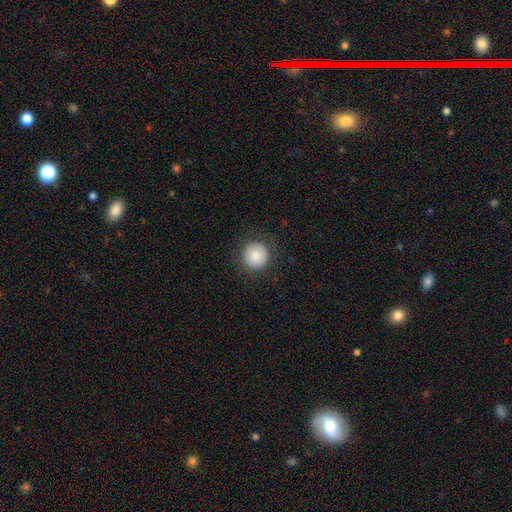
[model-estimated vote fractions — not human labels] Smooth or featured? smooth (84%)
How rounded? round (94%)
Merging? none (88%)